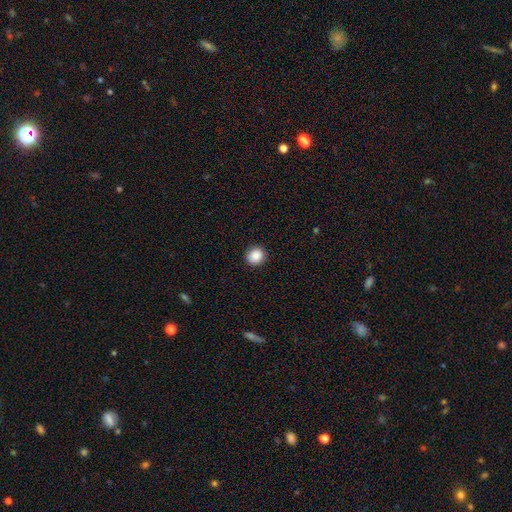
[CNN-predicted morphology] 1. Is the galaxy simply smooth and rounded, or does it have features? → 87% smooth, 9% star or artifact, 4% featured or disk.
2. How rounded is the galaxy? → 86% round, 13% in between, 1% cigar-shaped.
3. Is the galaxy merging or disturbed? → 91% none, 6% minor disturbance, 2% major disturbance, 1% merger.